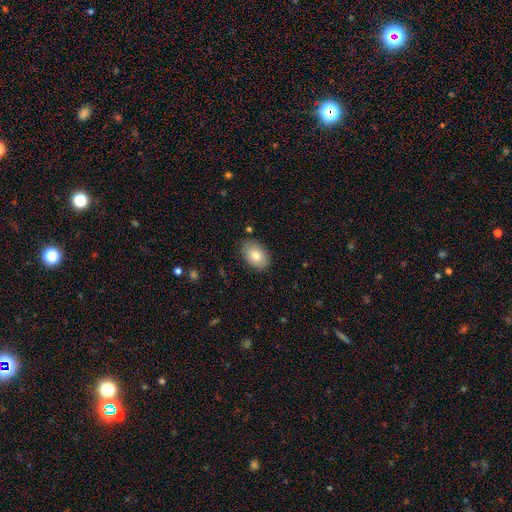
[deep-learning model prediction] Smooth or featured? Predicted: smooth (p=0.80). How rounded? Predicted: in between (p=0.89). Merging? Predicted: none (p=0.85).